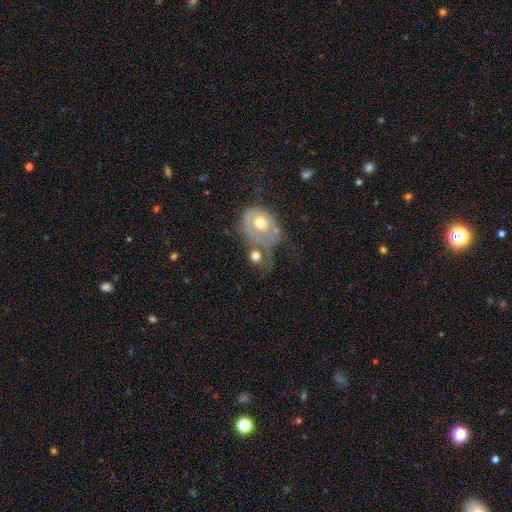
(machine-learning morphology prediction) Smooth or featured? smooth (57%)
How rounded? round (60%)
Merging? merger (39%)